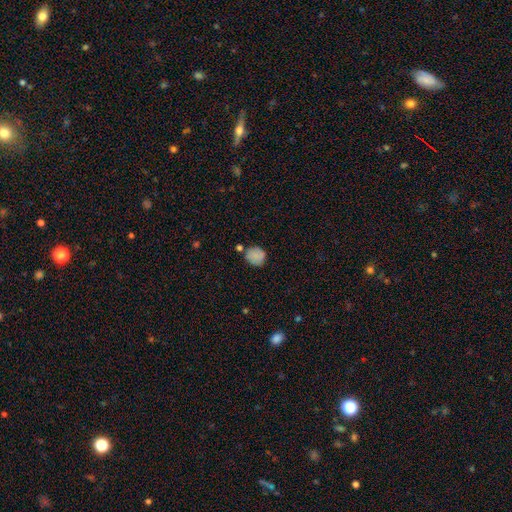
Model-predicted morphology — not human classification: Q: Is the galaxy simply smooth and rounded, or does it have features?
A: smooth — 83%.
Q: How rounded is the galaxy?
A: round — 80%.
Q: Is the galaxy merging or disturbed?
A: none — 68%.